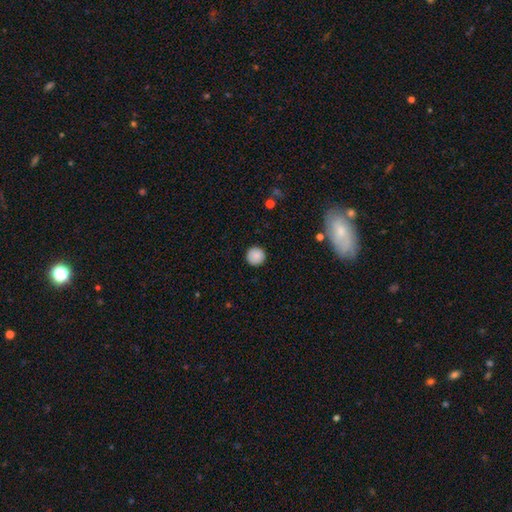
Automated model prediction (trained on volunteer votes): Smooth or featured? Predicted: smooth (p=0.87). How rounded? Predicted: round (p=0.96). Merging? Predicted: none (p=0.91).